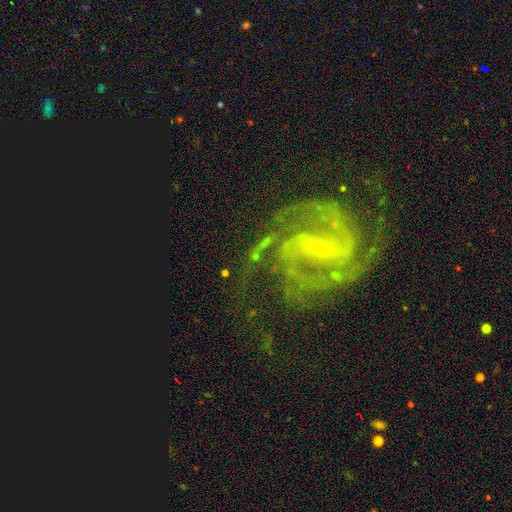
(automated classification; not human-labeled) Q: Smooth or featured?
A: featured or disk (91%); runner-up: star or artifact (6%)
Q: Edge-on disk?
A: no (98%); runner-up: yes (2%)
Q: Bar?
A: strong (52%); runner-up: weak (36%)
Q: Spiral arms?
A: yes (98%); runner-up: no (2%)
Q: Spiral winding?
A: medium (49%); runner-up: tight (42%)
Q: Spiral arm count?
A: 2 (60%); runner-up: 3 (15%)
Q: Bulge size?
A: small (78%); runner-up: moderate (17%)
Q: Merging?
A: none (66%); runner-up: minor disturbance (17%)